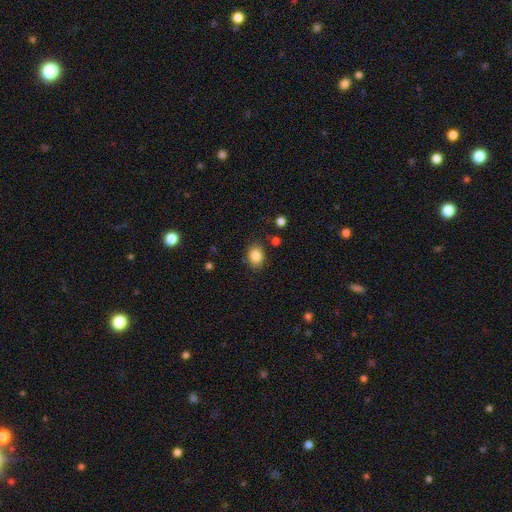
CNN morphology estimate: A smooth galaxy with no disk features (85%) that is in between round and cigar-shaped (62%).

Vote fractions:
- Smooth or featured? smooth: 85% / star or artifact: 9% / featured or disk: 6%
- How rounded? in between: 62% / round: 37% / cigar-shaped: 1%
- Merging? none: 83% / minor disturbance: 11% / major disturbance: 3% / merger: 3%